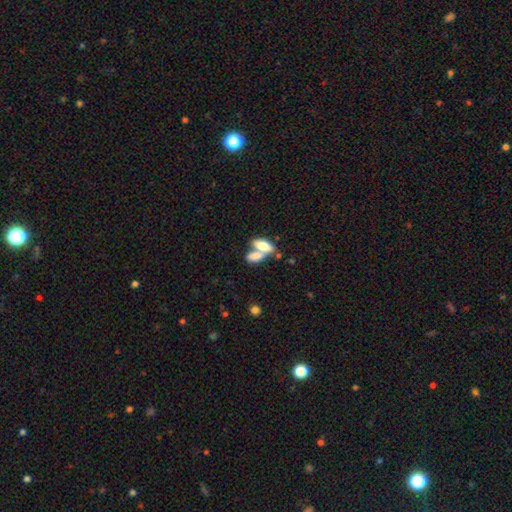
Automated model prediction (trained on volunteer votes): Smooth or featured? Predicted: smooth (p=0.74). How rounded? Predicted: in between (p=0.81). Merging? Predicted: merger (p=0.60).